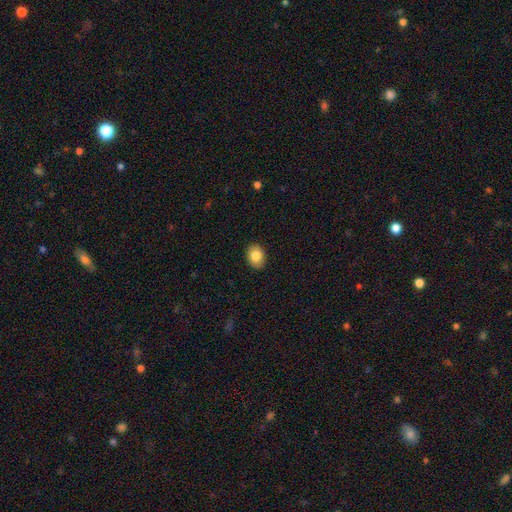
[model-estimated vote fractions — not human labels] Morphology: type=smooth (83%); roundness=in between (61%); merging=none (90%).